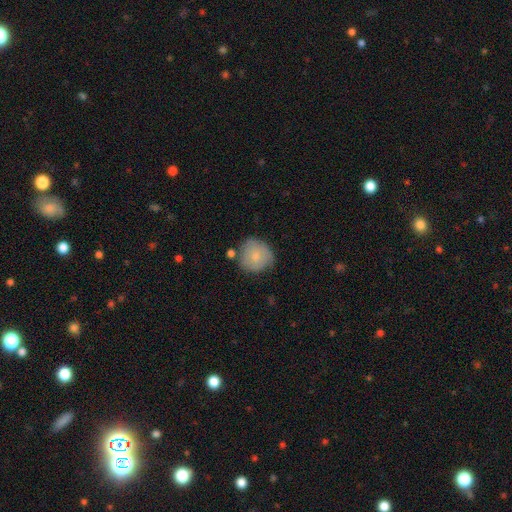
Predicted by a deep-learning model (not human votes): This is likely a smooth galaxy (71%). How rounded: clearly round (90%). Merging: likely none (66%).